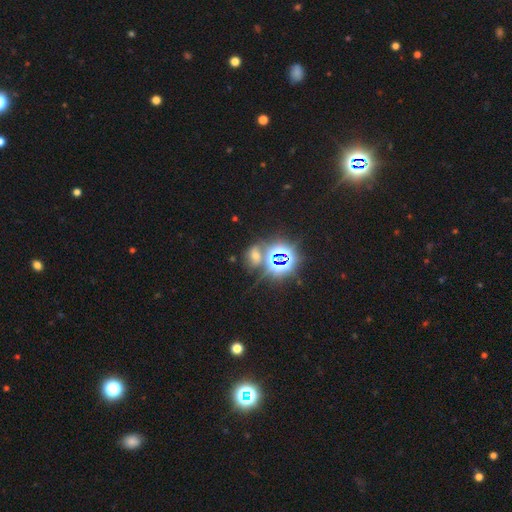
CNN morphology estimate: Smooth or featured: star or artifact — 57% (smooth — 30%)